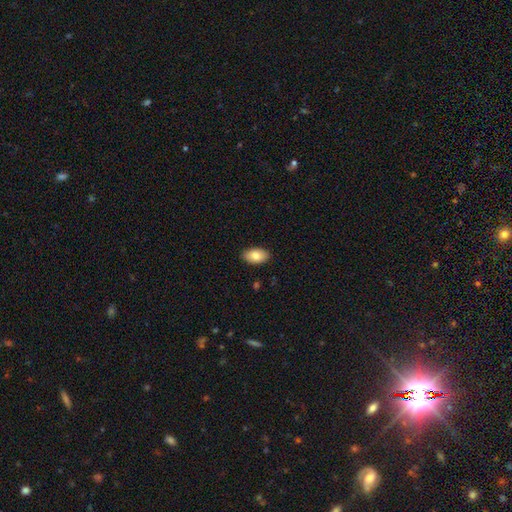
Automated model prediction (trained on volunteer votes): This is clearly a smooth galaxy (82%). How rounded: clearly in between (94%). Merging: clearly none (89%).